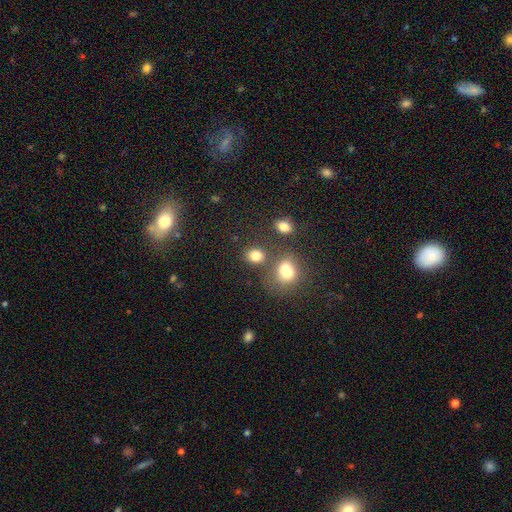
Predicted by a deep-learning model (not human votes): Morphology: type=smooth (79%); roundness=round (64%); merging=none (67%).